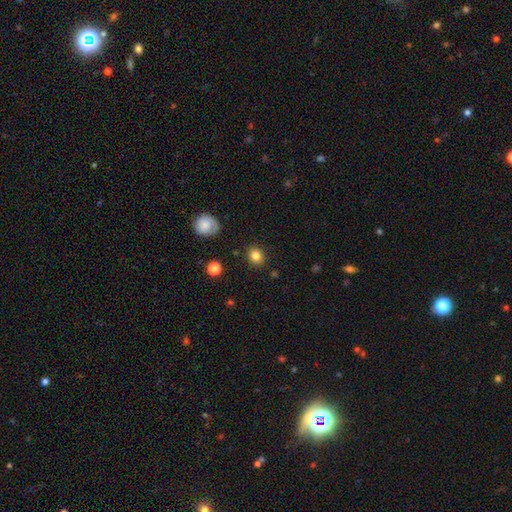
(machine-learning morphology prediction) smooth 83%, star or artifact 11%, featured or disk 6%. Down the decision tree: how rounded — round (69%); merging — none (87%).